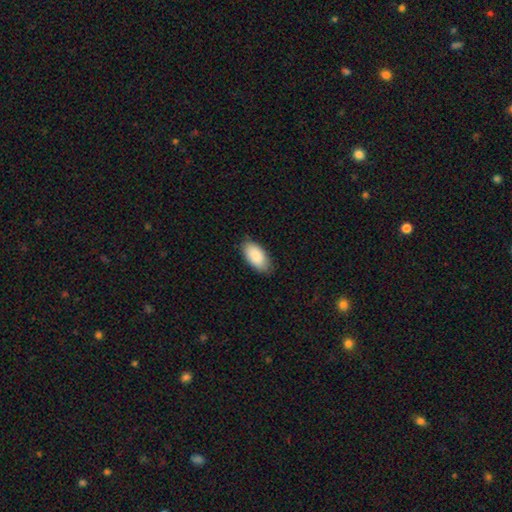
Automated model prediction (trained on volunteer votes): Overall: smooth (90%). How rounded: in between (95%). Merging: none (82%).